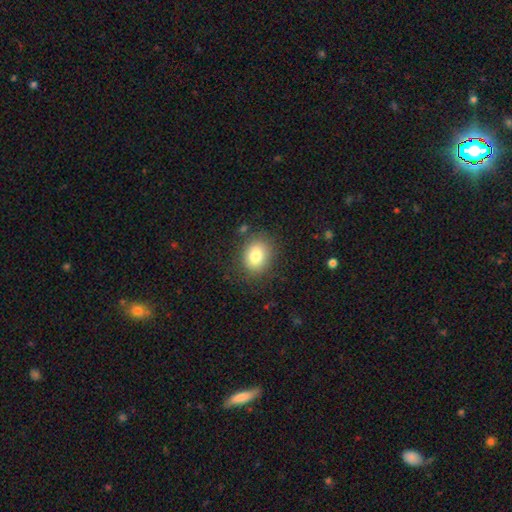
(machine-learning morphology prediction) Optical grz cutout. It shows a smooth galaxy with no disk features (81%) that is round (50%). Merging: none (82%).